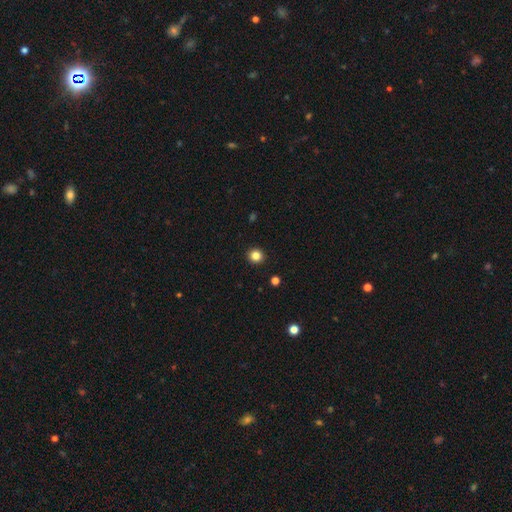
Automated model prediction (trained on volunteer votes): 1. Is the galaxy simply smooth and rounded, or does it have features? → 84% smooth, 12% star or artifact, 5% featured or disk.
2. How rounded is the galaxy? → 93% round, 6% in between, 1% cigar-shaped.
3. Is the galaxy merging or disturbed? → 93% none, 4% minor disturbance, 1% major disturbance, 1% merger.